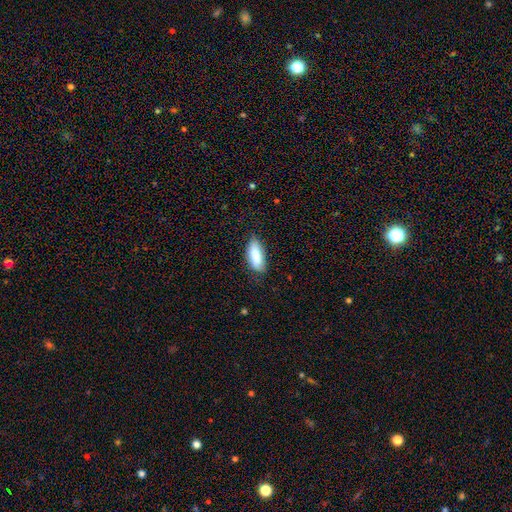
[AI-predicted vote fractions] The model was most divided on "merging": none: 76%, minor disturbance: 20%, major disturbance: 3%, merger: 1%. More confident: smooth or featured — smooth (86%); how rounded — in between (78%).